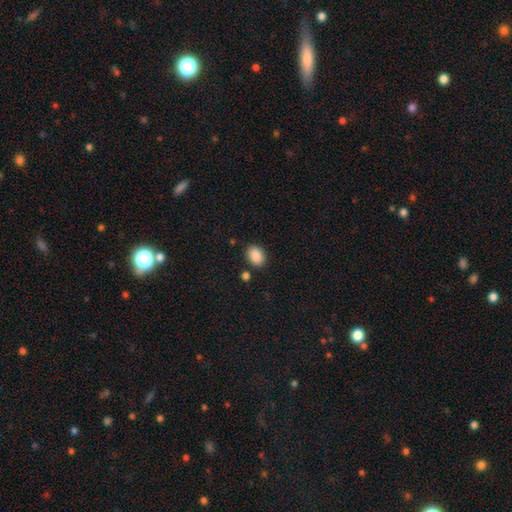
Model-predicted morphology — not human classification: This appears to be a smooth galaxy with no disk features (89%) that is in between round and cigar-shaped (76%). Merging: none (83%).